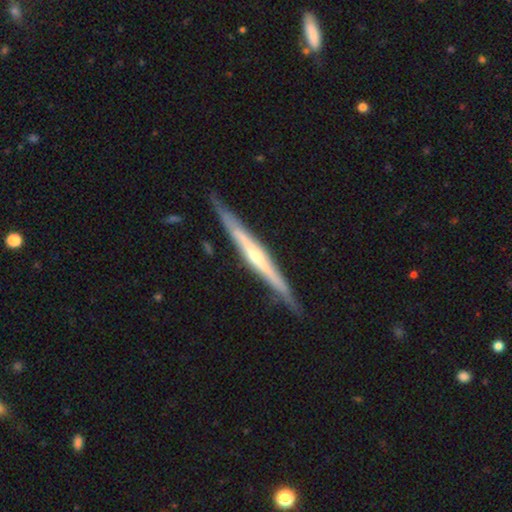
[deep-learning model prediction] This is likely a featured or disk galaxy (76%). It is clearly viewed edge-on (97%). Edge-on bulge: likely rounded (61%). Merging: clearly none (86%).